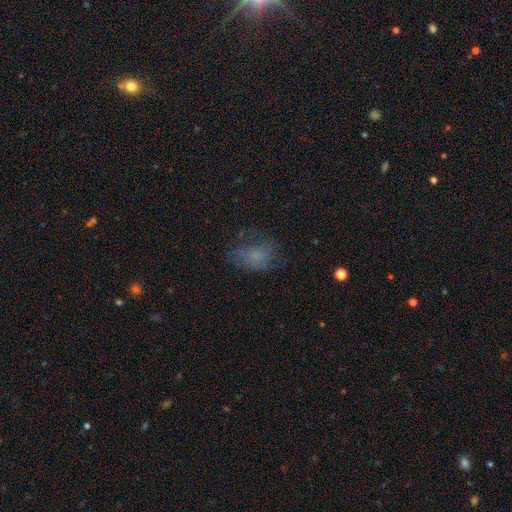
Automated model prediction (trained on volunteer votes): A smooth galaxy with no disk features (59%) that is in between round and cigar-shaped (72%). Merging: none (51%).